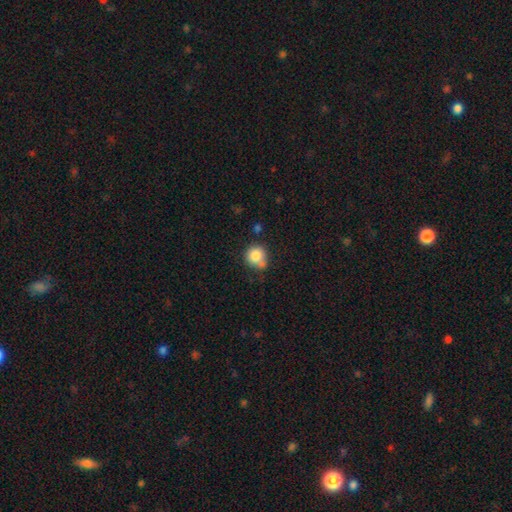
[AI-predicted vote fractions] The model was most divided on "merging": none: 58%, minor disturbance: 22%, merger: 14%, major disturbance: 6%. More confident: how rounded — round (88%); smooth or featured — smooth (82%).